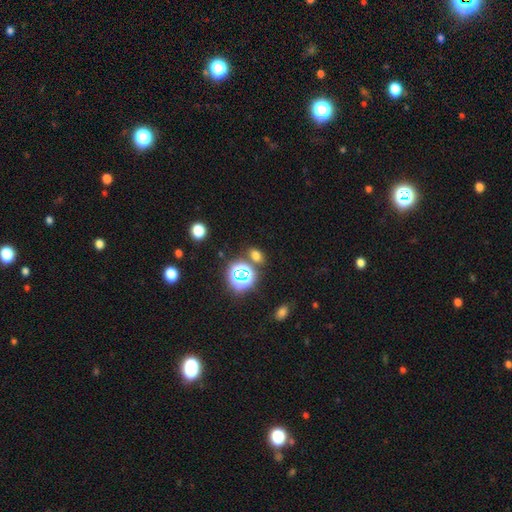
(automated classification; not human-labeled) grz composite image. It shows a smooth galaxy with no disk features (62%) that is in between round and cigar-shaped (72%). Merging: none (77%).